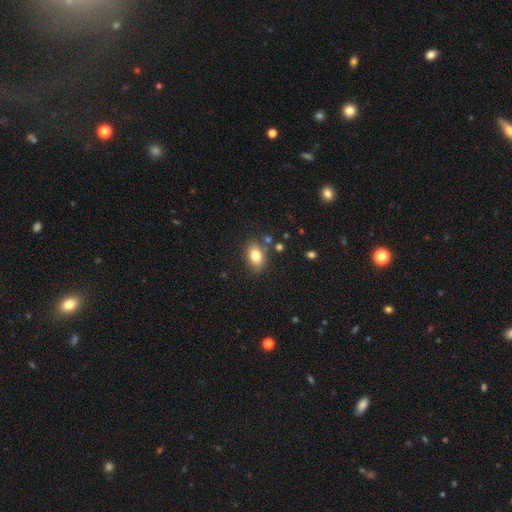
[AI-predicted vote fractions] Smooth or featured: smooth — 80% (featured or disk — 11%)
How rounded: in between — 79% (round — 20%)
Merging: none — 78% (minor disturbance — 13%)